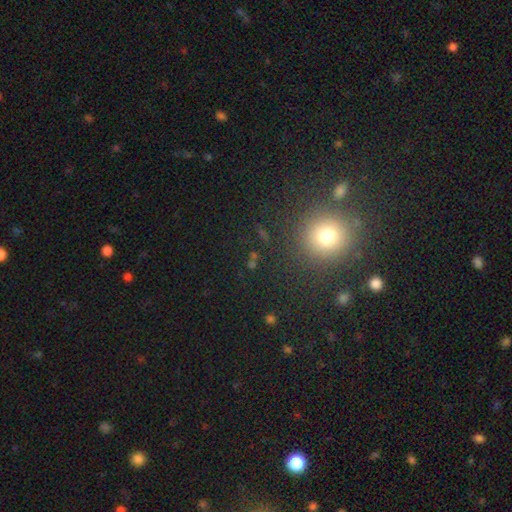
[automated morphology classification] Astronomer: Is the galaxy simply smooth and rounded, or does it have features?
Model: smooth — 55% (runner-up: star or artifact, 37%).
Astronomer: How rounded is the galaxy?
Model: round — 91%.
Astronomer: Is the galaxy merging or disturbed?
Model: none — 87%.